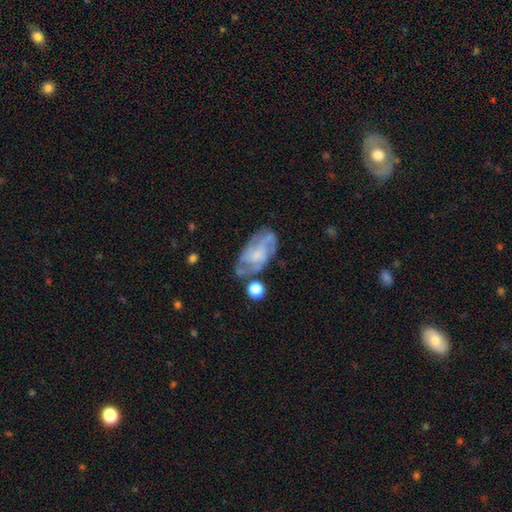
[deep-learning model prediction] Smooth or featured: featured or disk — 72% (smooth — 21%)
Edge-on disk: no — 96% (yes — 4%)
Bar: no — 66% (weak — 28%)
Spiral arms: yes — 83% (no — 17%)
Spiral winding: medium — 43% (tight — 40%)
Spiral arm count: can't tell — 37% (3 — 23%)
Bulge size: small — 42% (none — 29%)
Merging: none — 57% (minor disturbance — 23%)